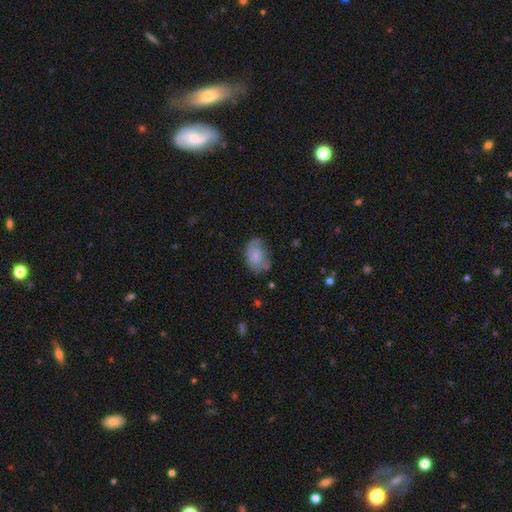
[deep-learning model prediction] Q: Smooth or featured?
A: smooth (58%); runner-up: featured or disk (34%)
Q: How rounded?
A: in between (84%); runner-up: round (15%)
Q: Merging?
A: none (55%); runner-up: minor disturbance (30%)